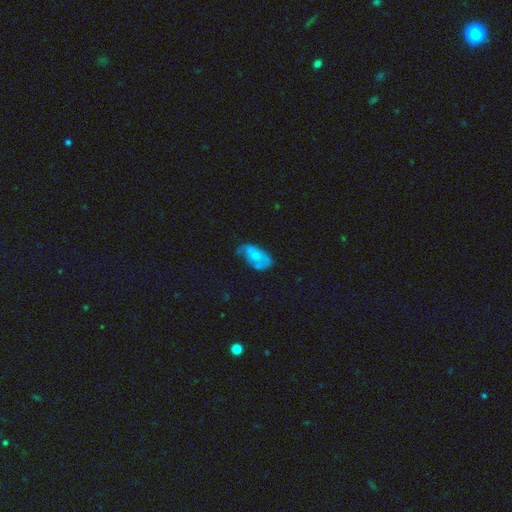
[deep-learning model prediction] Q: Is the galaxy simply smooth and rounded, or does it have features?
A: smooth — 55%.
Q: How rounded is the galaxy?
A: in between — 92%.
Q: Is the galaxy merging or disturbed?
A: none — 37%.